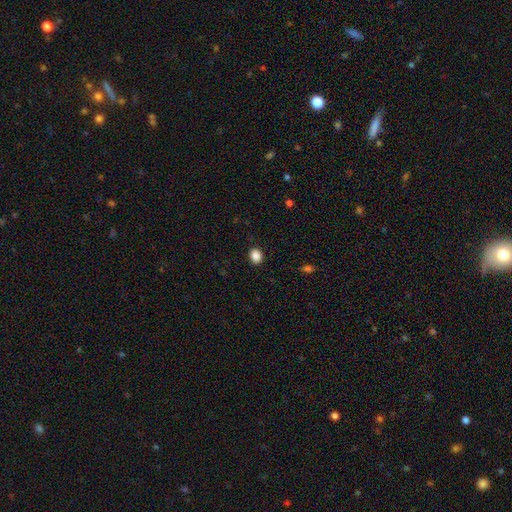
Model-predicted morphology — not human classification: Smooth or featured? smooth (88%)
How rounded? in between (54%)
Merging? none (89%)